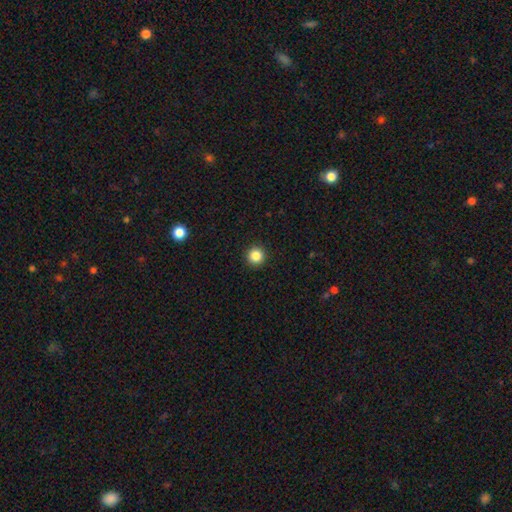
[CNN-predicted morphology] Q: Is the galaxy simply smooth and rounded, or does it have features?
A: smooth — 86%.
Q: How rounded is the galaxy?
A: round — 96%.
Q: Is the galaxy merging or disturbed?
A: none — 93%.